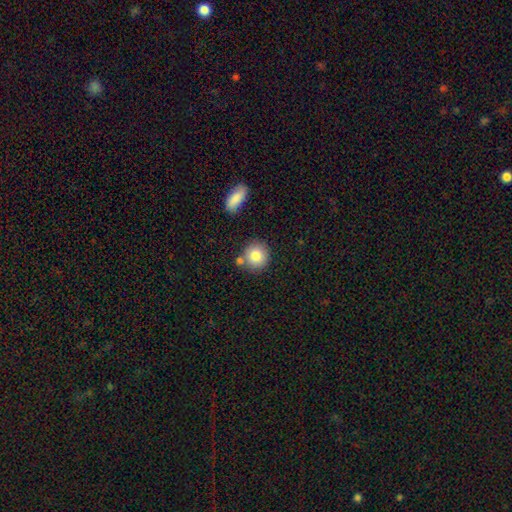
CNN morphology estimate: The model was most divided on "merging": none: 72%, merger: 15%, minor disturbance: 11%, major disturbance: 3%. More confident: how rounded — round (89%); smooth or featured — smooth (83%).